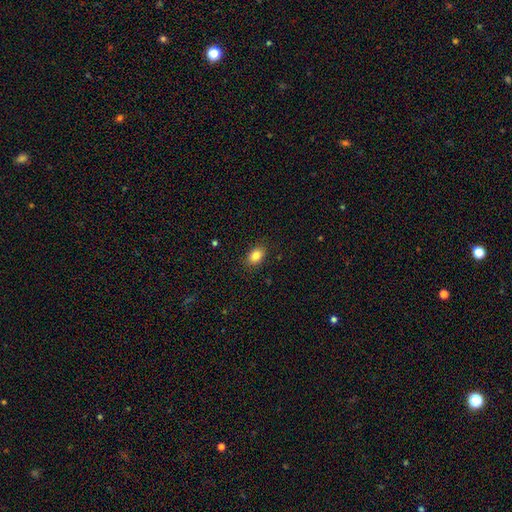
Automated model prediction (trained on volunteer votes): Smooth or featured: smooth — 84% (star or artifact — 9%)
How rounded: in between — 79% (round — 20%)
Merging: none — 88% (minor disturbance — 9%)